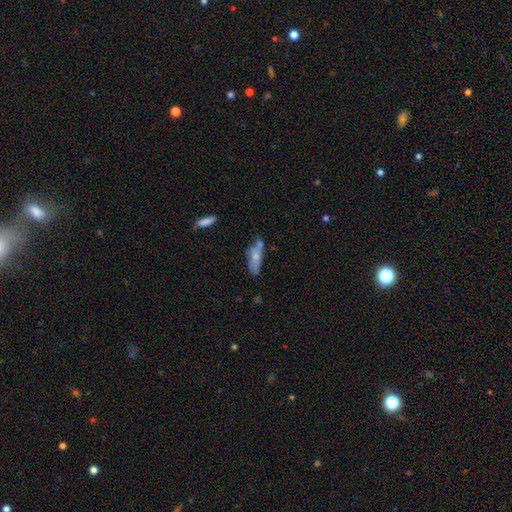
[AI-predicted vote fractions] Morphology: type=smooth (62%); roundness=in between (58%); merging=none (47%).